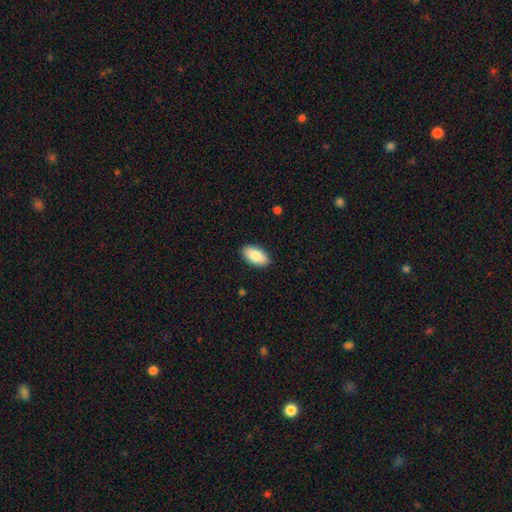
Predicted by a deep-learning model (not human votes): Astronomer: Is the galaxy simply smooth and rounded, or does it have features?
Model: smooth — 86%.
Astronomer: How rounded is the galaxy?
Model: in between — 95%.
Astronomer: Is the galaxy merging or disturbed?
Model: none — 90%.